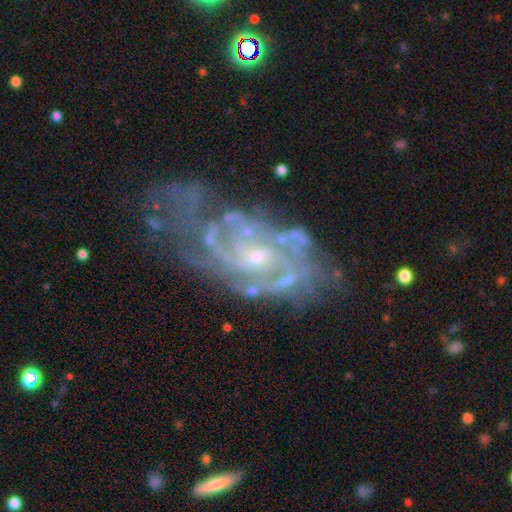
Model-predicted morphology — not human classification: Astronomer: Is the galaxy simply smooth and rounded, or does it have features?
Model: featured or disk — 87%.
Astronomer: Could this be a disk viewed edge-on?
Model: no — 96%.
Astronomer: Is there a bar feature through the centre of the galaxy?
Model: no — 65%.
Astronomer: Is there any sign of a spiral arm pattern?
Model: yes — 92%.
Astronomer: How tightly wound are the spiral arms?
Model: tight — 57% (runner-up: medium, 34%).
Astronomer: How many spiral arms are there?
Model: can't tell — 37% (runner-up: 2, 24%).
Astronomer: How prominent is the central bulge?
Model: small — 61%.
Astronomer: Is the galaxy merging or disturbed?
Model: none — 53%.